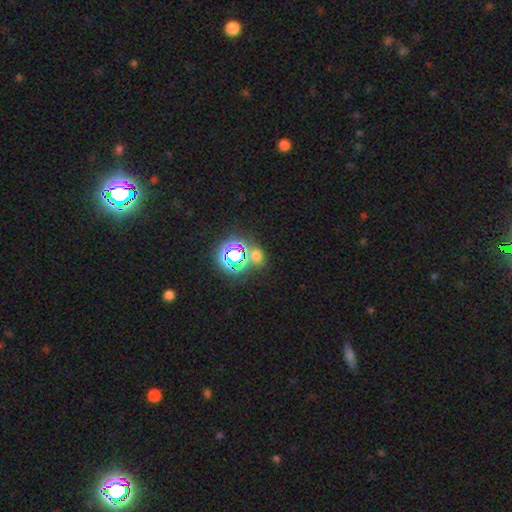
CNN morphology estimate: The model was most divided on "smooth or featured": star or artifact: 49%, smooth: 43%, featured or disk: 8%.